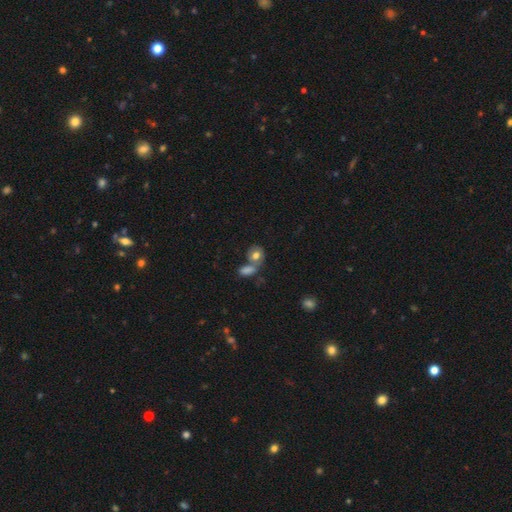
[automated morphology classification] A smooth galaxy with no disk features (74%) that is round (52%).

Vote fractions:
- Smooth or featured? smooth: 74% / featured or disk: 17% / star or artifact: 9%
- How rounded? round: 52% / in between: 47% / cigar-shaped: 2%
- Merging? merger: 44% / none: 38% / minor disturbance: 12% / major disturbance: 6%